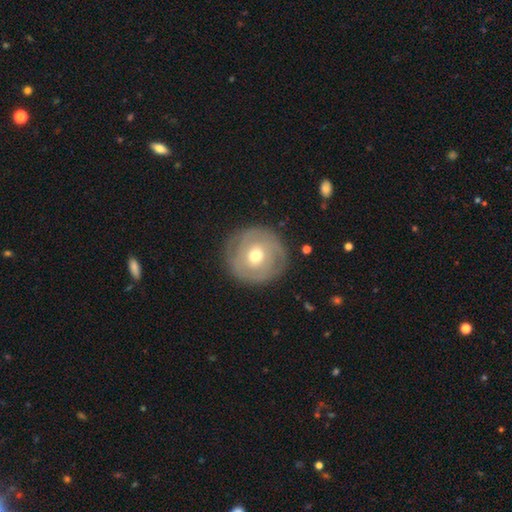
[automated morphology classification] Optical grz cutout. It shows a featured or disk galaxy (53%) with no bar (77%), spiral arms (58%) and a moderate central bulge (67%). Merging: none (82%).